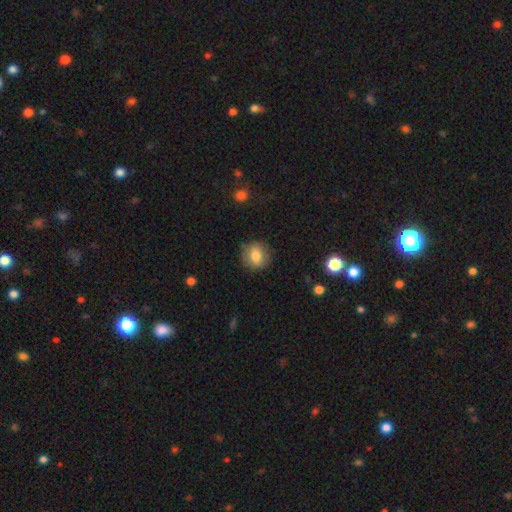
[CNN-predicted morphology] type=smooth (79%); roundness=round (84%); merging=none (83%).